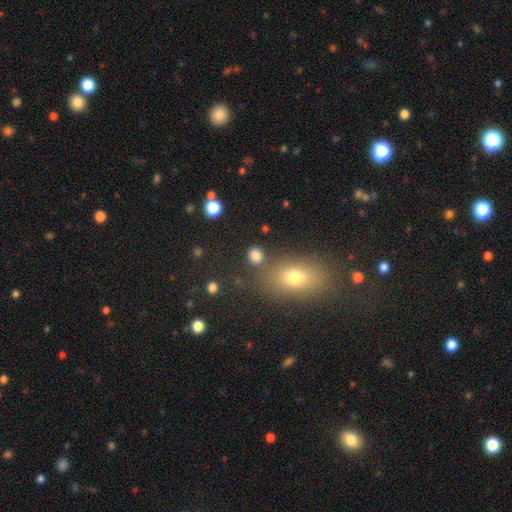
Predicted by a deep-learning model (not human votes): Smooth or featured?
  - smooth: 81% *
  - star or artifact: 13%
  - featured or disk: 6%
How rounded?
  - round: 64% *
  - in between: 34%
  - cigar-shaped: 2%
Merging?
  - none: 76% *
  - minor disturbance: 10%
  - merger: 9%
  - major disturbance: 5%